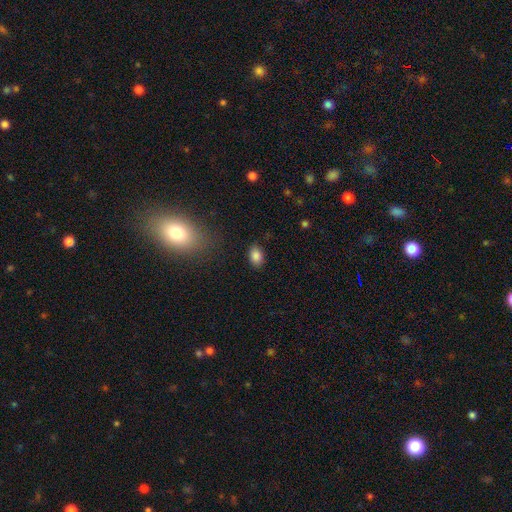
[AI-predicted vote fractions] A smooth galaxy with no disk features (85%) that is in between round and cigar-shaped (80%). Merging: none (85%).